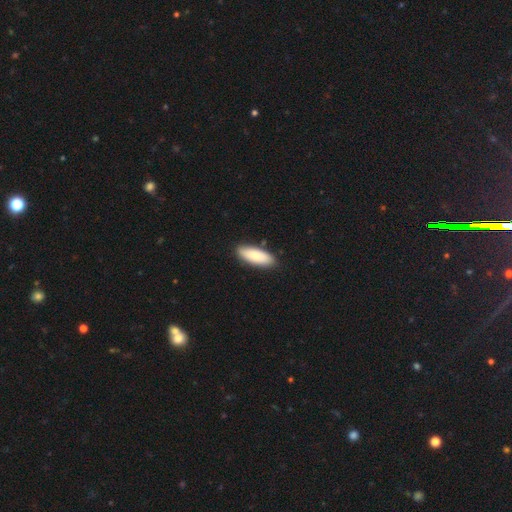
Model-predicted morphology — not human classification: Smooth or featured?
  - smooth: 84% *
  - featured or disk: 10%
  - star or artifact: 5%
How rounded?
  - in between: 71% *
  - cigar-shaped: 27%
  - round: 2%
Merging?
  - none: 86% *
  - minor disturbance: 10%
  - major disturbance: 2%
  - merger: 2%